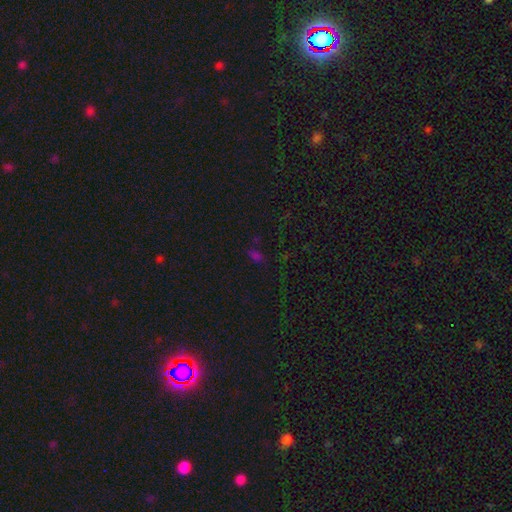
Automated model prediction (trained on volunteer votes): Morphology: type=smooth (55%); roundness=in between (84%); merging=none (68%).